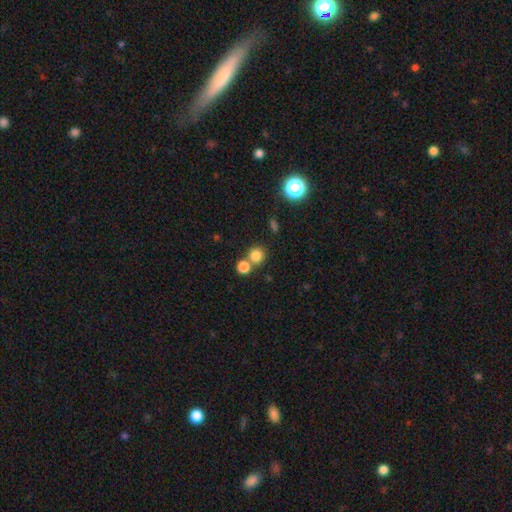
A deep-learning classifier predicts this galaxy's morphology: smooth 80%, star or artifact 14%, featured or disk 6%. Down the decision tree: how rounded — round (88%); merging — none (60%).